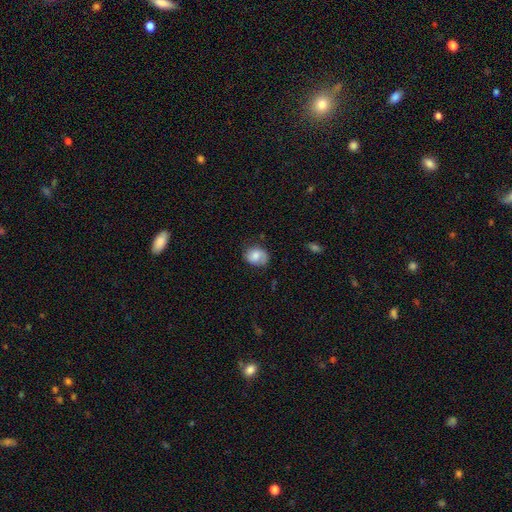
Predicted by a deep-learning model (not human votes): Morphology: type=smooth (69%); roundness=round (52%); merging=none (66%).